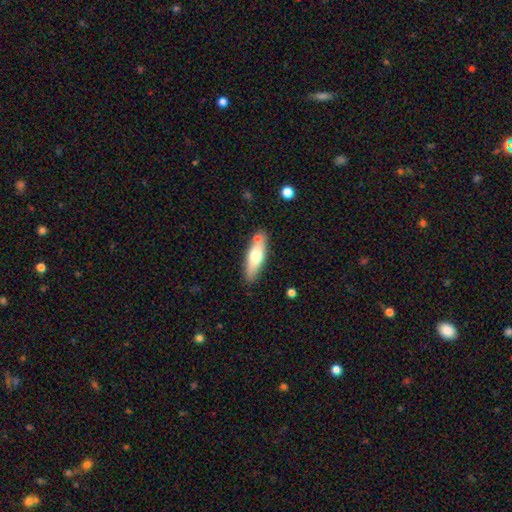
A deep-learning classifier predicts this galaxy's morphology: This is likely a smooth galaxy (62%). How rounded: possibly in between (49%, tied with cigar-shaped). Merging: likely none (78%).